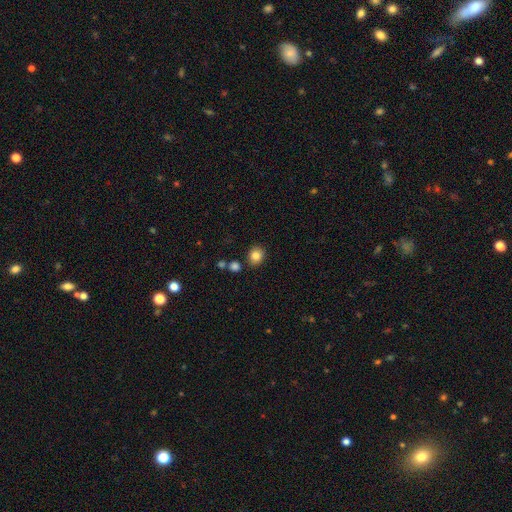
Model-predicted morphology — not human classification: Overall: smooth (83%). How rounded: round (65%; in between 34%). Merging: none (83%).